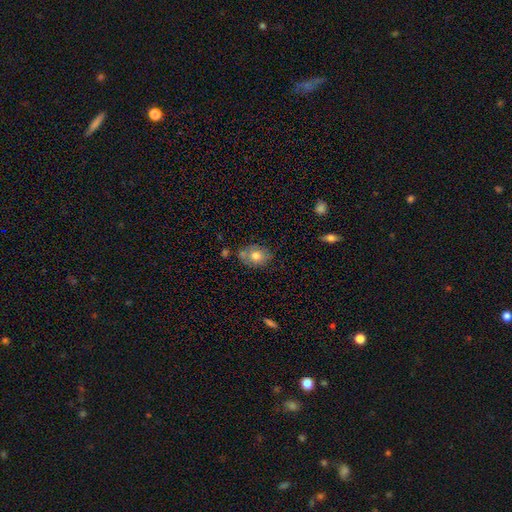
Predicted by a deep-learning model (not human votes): Smooth or featured: smooth — 73% (featured or disk — 18%)
How rounded: in between — 59% (round — 40%)
Merging: none — 67% (minor disturbance — 18%)